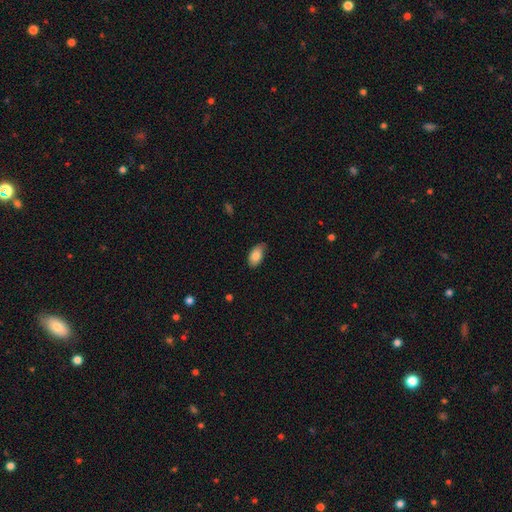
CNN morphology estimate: A smooth galaxy with no disk features (82%) that is in between round and cigar-shaped (93%).

Vote fractions:
- Smooth or featured? smooth: 82% / featured or disk: 11% / star or artifact: 7%
- How rounded? in between: 93% / round: 4% / cigar-shaped: 3%
- Merging? none: 74% / minor disturbance: 22% / major disturbance: 3% / merger: 1%